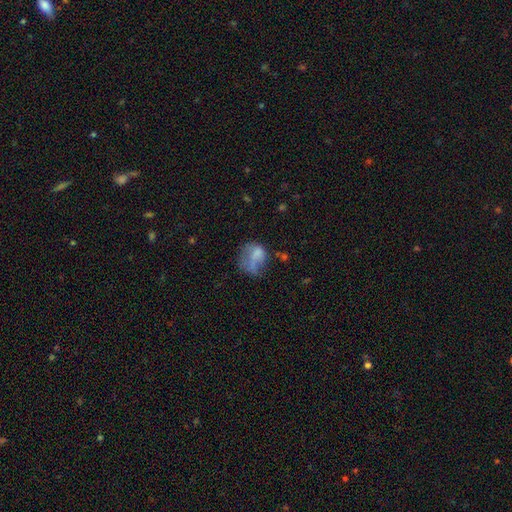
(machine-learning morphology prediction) This appears to be a smooth galaxy with no disk features (60%) that is in between round and cigar-shaped (56%). Merging: major disturbance (42%).